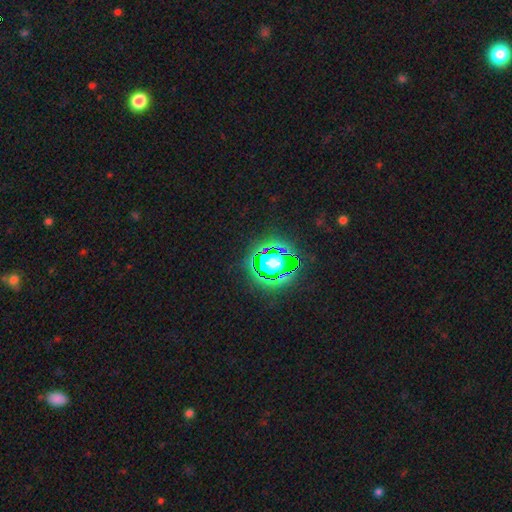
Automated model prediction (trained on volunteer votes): Overall: star or artifact (80%).